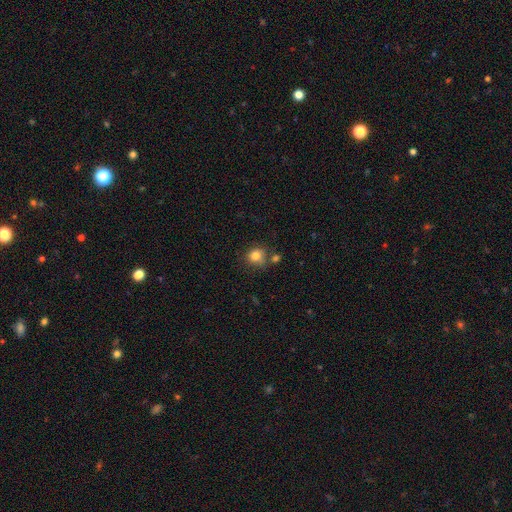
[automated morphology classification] type=smooth (82%); roundness=round (84%); merging=none (68%).